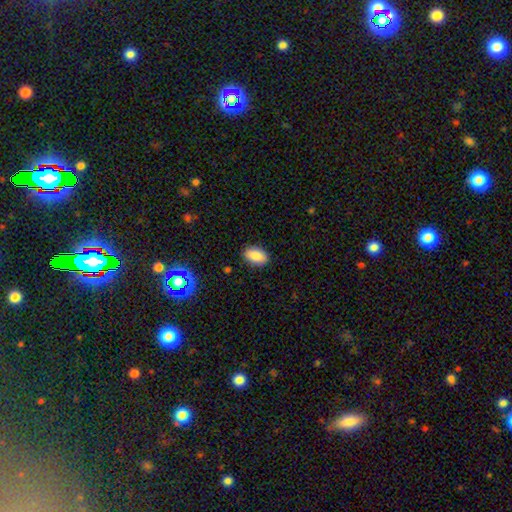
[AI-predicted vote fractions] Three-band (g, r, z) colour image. It shows a smooth galaxy with no disk features (85%) that is in between round and cigar-shaped (90%). Merging: none (88%).